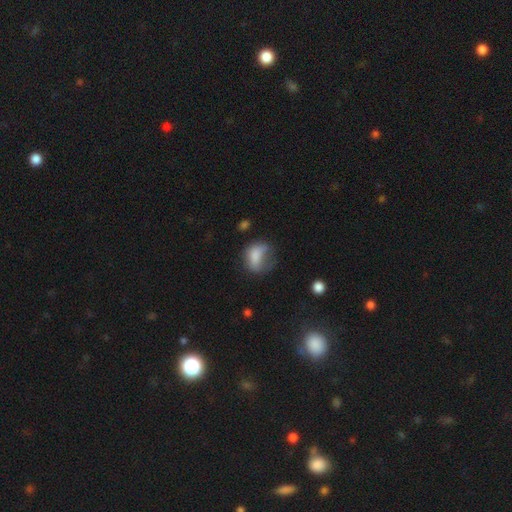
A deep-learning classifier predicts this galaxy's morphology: Overall: smooth (74%). How rounded: in between (68%; round 29%). Merging: major disturbance (35%; none 31%).